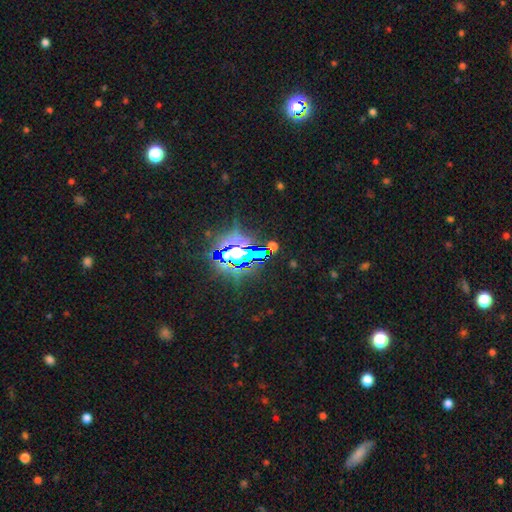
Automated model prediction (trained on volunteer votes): Smooth or featured: star or artifact — 77% (smooth — 14%)